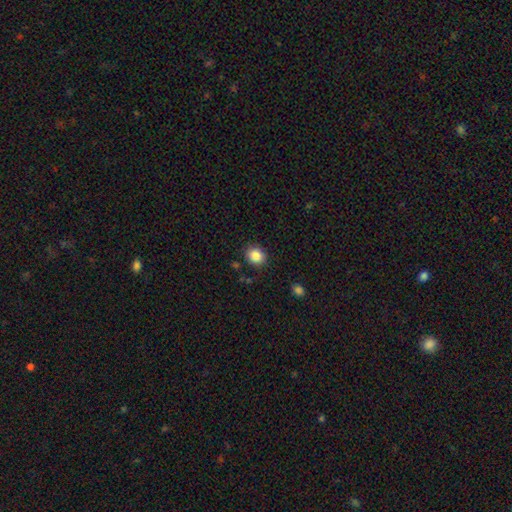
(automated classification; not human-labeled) smooth-or-featured: smooth: 86% | star or artifact: 10% | featured or disk: 5%
  how-rounded: round: 75% | in between: 24% | cigar-shaped: 1%
  merging: none: 87% | minor disturbance: 9% | major disturbance: 2% | merger: 2%